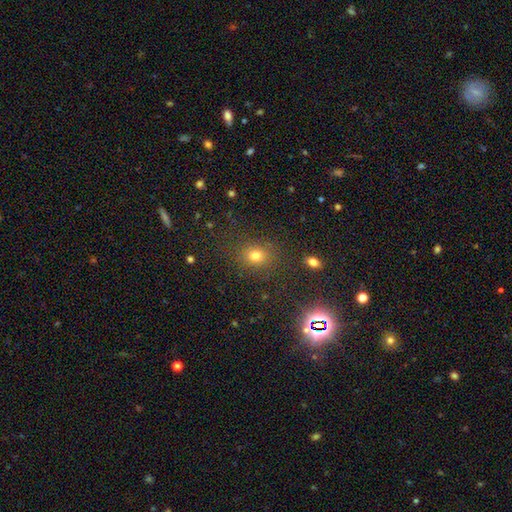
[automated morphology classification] This appears to be a smooth galaxy with no disk features (75%) that is round (62%). Merging: none (83%).